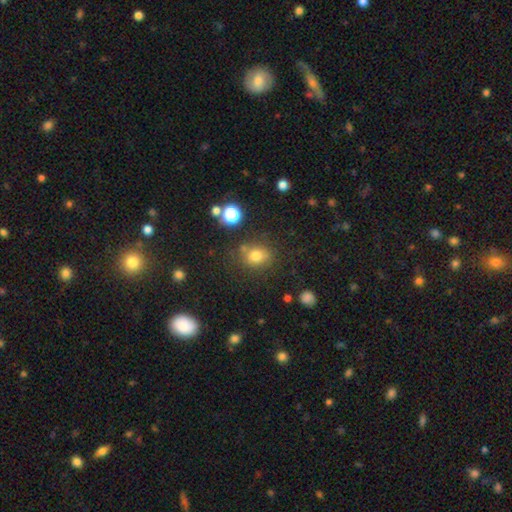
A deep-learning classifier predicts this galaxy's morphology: smooth-or-featured: smooth: 73% | star or artifact: 19% | featured or disk: 9%
  how-rounded: round: 61% | in between: 38% | cigar-shaped: 1%
  merging: none: 73% | minor disturbance: 14% | merger: 8% | major disturbance: 5%